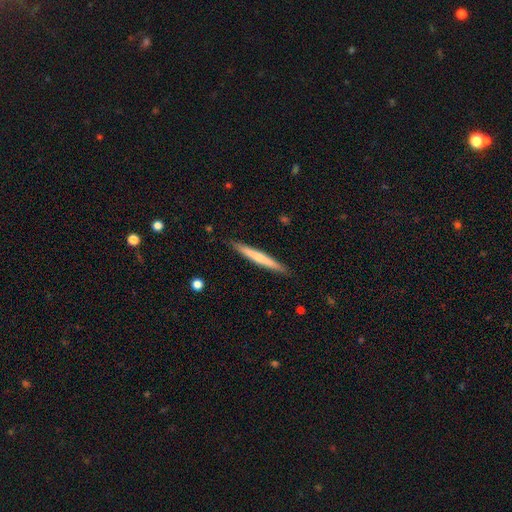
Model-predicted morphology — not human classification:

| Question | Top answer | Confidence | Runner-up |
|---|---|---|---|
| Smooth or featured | smooth | 58% | featured or disk (37%) |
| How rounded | cigar-shaped | 96% | in between (2%) |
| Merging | none | 90% | minor disturbance (7%) |